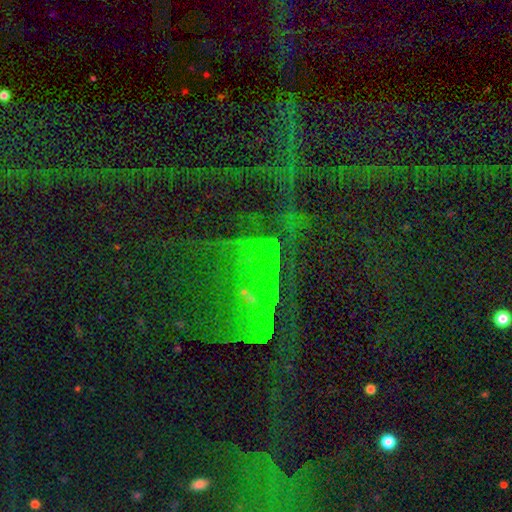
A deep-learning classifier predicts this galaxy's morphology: star or artifact 77%, featured or disk 13%, smooth 10%.